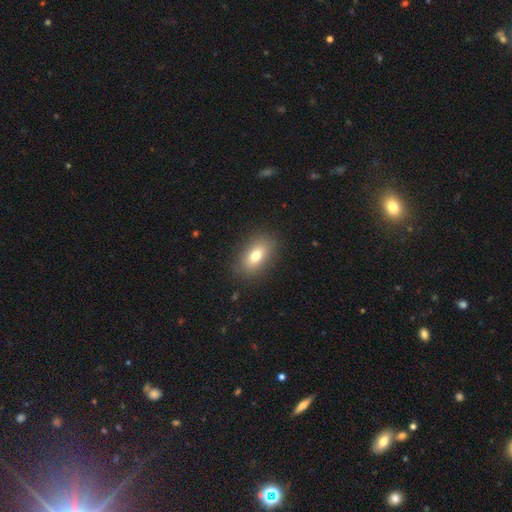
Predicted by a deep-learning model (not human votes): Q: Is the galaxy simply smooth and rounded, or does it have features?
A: smooth — 75%.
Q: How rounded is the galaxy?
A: in between — 84%.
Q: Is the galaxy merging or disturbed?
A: none — 87%.